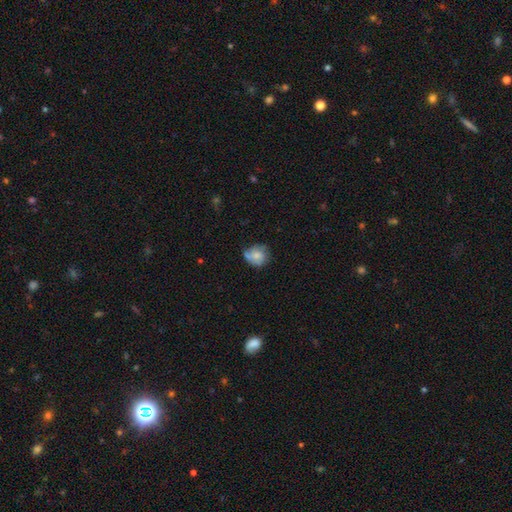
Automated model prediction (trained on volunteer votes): Smooth or featured: smooth — 53% (featured or disk — 39%)
How rounded: round — 74% (in between — 25%)
Merging: none — 54% (minor disturbance — 30%)